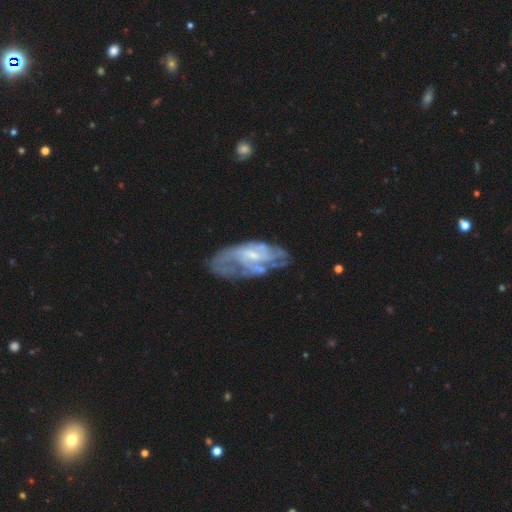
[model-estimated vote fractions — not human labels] featured or disk 73%, smooth 18%, star or artifact 9%. Down the decision tree: edge-on disk — no (90%); bar — no (49%); spiral arms — yes (76%); spiral arm count — can't tell (52%); spiral winding — tight (48%); bulge size — small (57%); merging — none (58%).